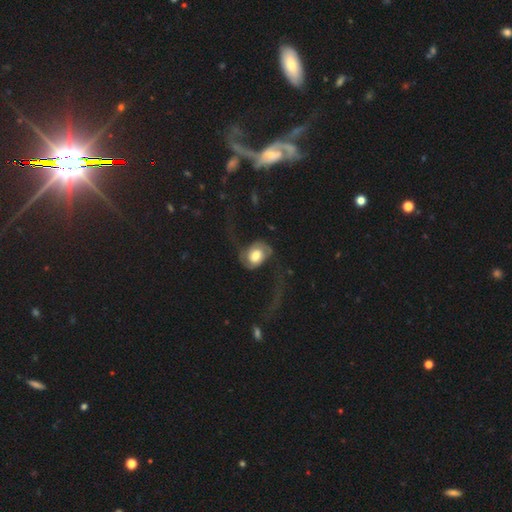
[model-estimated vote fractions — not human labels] This is likely a featured or disk galaxy (64%). It is clearly not viewed edge-on (96%). Bar: likely no (62%). Spiral arm pattern: clearly yes (83%). Spiral arm count: clearly 2 (89%). Spiral winding: likely loose (79%). Central bulge: possibly moderate (51%). Merging: possibly major disturbance (45%).